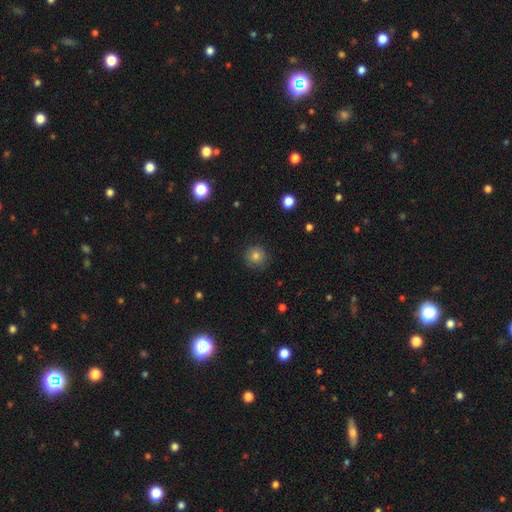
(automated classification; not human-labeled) smooth-or-featured: smooth: 80% | star or artifact: 12% | featured or disk: 8%
  how-rounded: round: 93% | in between: 6% | cigar-shaped: 1%
  merging: none: 86% | minor disturbance: 10% | major disturbance: 3% | merger: 1%